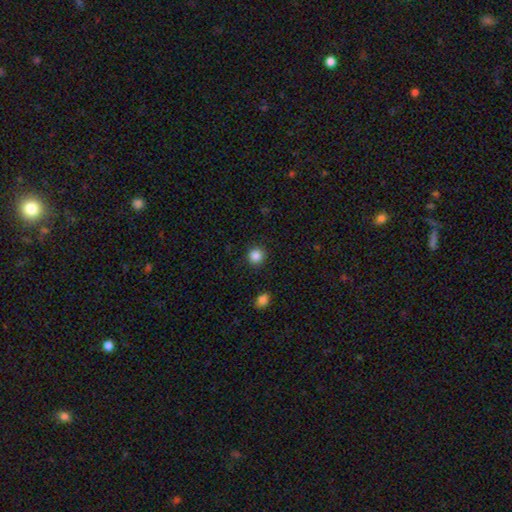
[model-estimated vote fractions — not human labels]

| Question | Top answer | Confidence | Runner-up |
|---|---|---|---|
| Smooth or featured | smooth | 86% | star or artifact (10%) |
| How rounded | round | 91% | in between (8%) |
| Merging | none | 91% | minor disturbance (6%) |